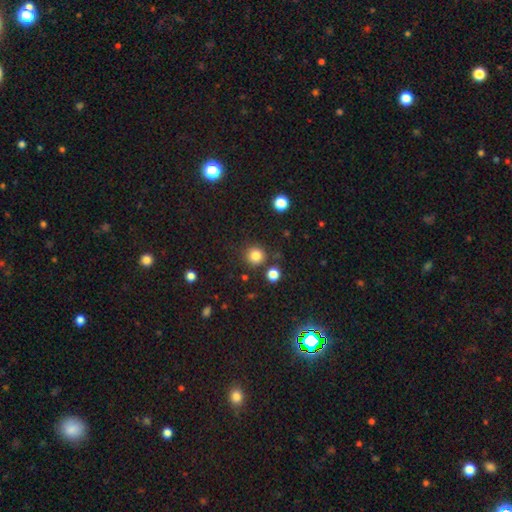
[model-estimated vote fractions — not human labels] smooth_or_featured: smooth (p=0.83) [alt: star or artifact p=0.12]
how_rounded: round (p=0.94) [alt: in between p=0.06]
merging: none (p=0.85) [alt: minor disturbance p=0.07]